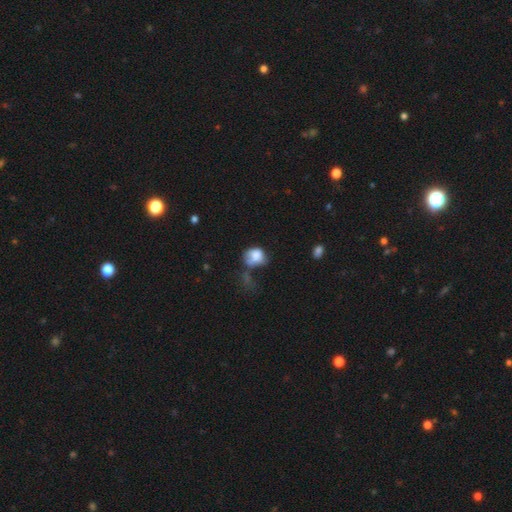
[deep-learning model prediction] Overall: smooth (73%). How rounded: in between (52%; round 47%). Merging: major disturbance (33%; minor disturbance 24%).